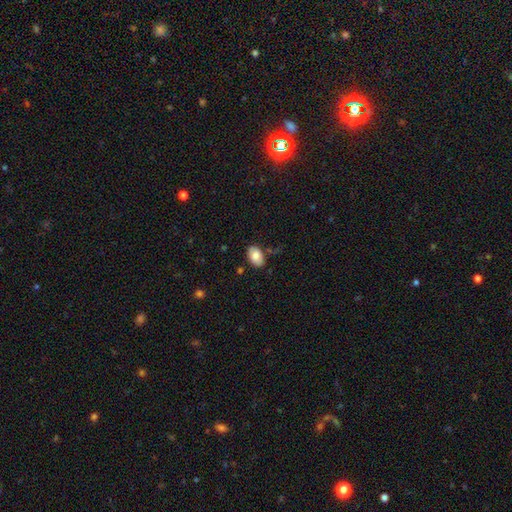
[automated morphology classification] This appears to be a smooth galaxy with no disk features (81%) that is in between round and cigar-shaped (91%). Merging: none (80%).